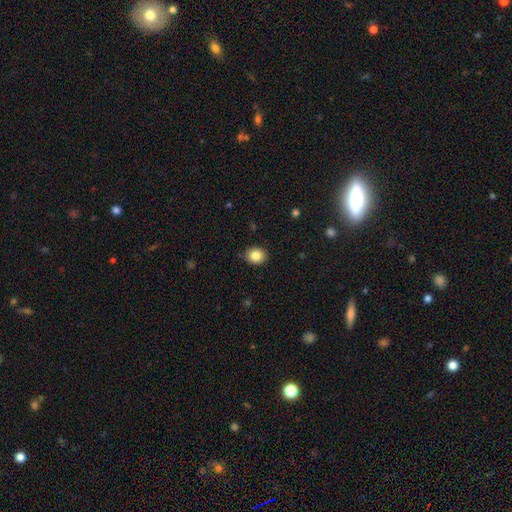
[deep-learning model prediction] smooth_or_featured: smooth (p=0.83) [alt: star or artifact p=0.10]
how_rounded: round (p=0.72) [alt: in between p=0.27]
merging: none (p=0.87) [alt: minor disturbance p=0.10]